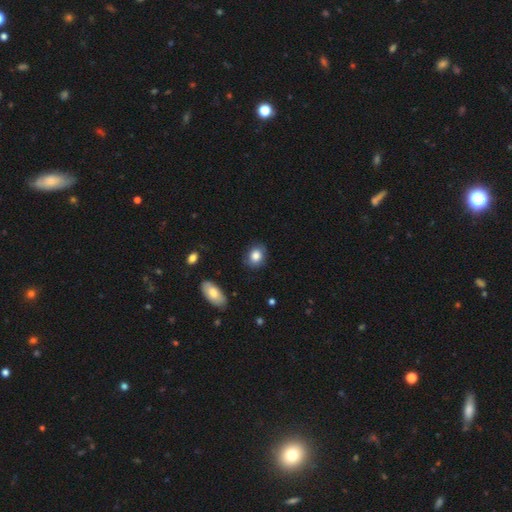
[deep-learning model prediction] Smooth or featured?
  - smooth: 84% *
  - featured or disk: 9%
  - star or artifact: 8%
How rounded?
  - round: 52% *
  - in between: 47%
  - cigar-shaped: 1%
Merging?
  - none: 81% *
  - minor disturbance: 14%
  - major disturbance: 3%
  - merger: 1%